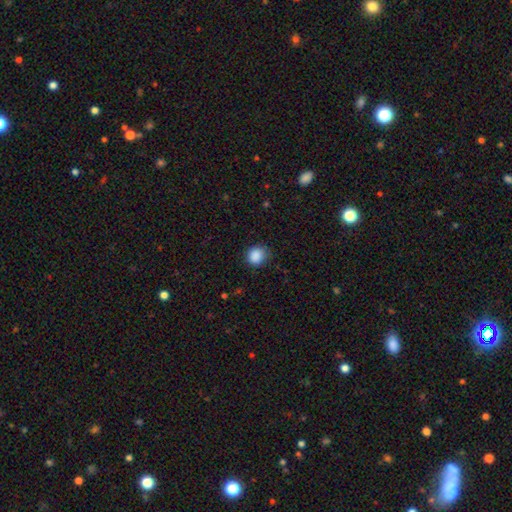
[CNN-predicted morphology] The model was most divided on "how rounded": round: 79%, in between: 20%, cigar-shaped: 1%. More confident: smooth or featured — smooth (88%); merging — none (77%).